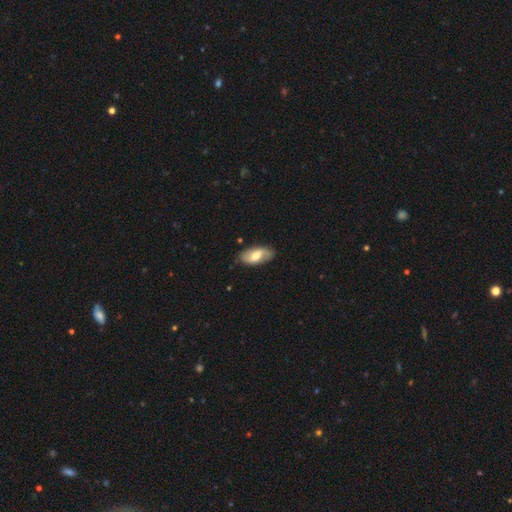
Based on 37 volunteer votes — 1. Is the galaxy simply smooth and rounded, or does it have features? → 54% featured or disk, 43% smooth, 3% star or artifact.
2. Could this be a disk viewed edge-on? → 100% no, 0% yes.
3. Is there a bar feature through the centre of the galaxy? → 50% strong, 35% weak, 15% no.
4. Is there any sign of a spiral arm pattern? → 70% yes, 30% no.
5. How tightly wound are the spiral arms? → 43% loose, 36% medium, 21% tight.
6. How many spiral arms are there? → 93% 2, 7% can't tell, 0% 1, 0% 3, 0% 4, 0% more than 4.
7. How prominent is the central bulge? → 60% moderate, 30% large, 5% small, 5% none, 0% dominant.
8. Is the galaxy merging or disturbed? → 86% none, 11% minor disturbance, 3% major disturbance, 0% merger.